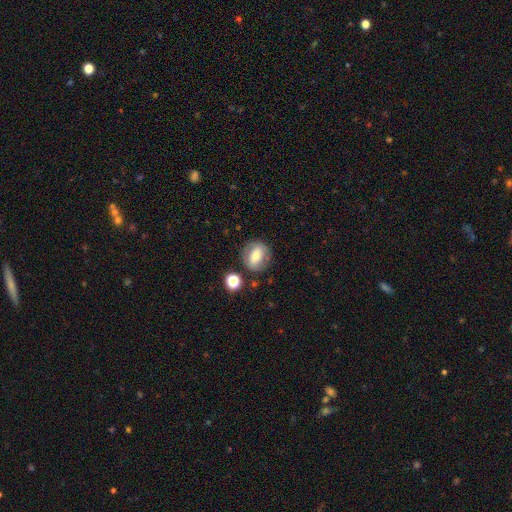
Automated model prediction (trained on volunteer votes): Smooth or featured: smooth — 60% (featured or disk — 30%)
How rounded: round — 62% (in between — 36%)
Merging: none — 78% (minor disturbance — 12%)